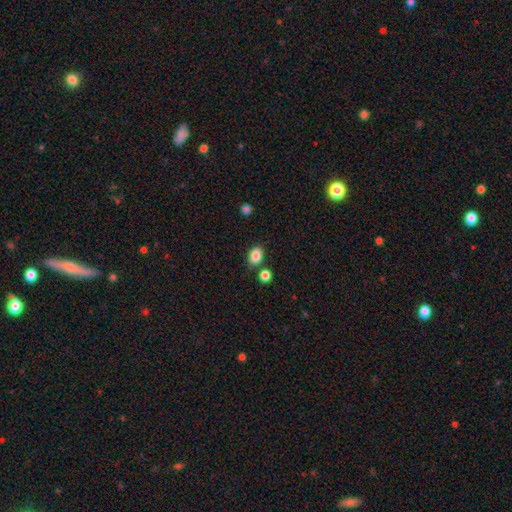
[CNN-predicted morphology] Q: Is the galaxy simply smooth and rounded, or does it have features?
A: smooth — 85%.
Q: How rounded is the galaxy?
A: in between — 74%.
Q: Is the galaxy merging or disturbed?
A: none — 78%.